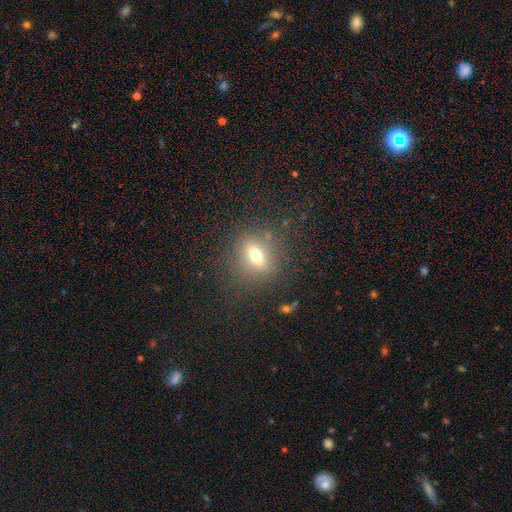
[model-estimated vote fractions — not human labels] This appears to be a smooth galaxy with no disk features (66%) that is round (49%). Merging: none (81%).